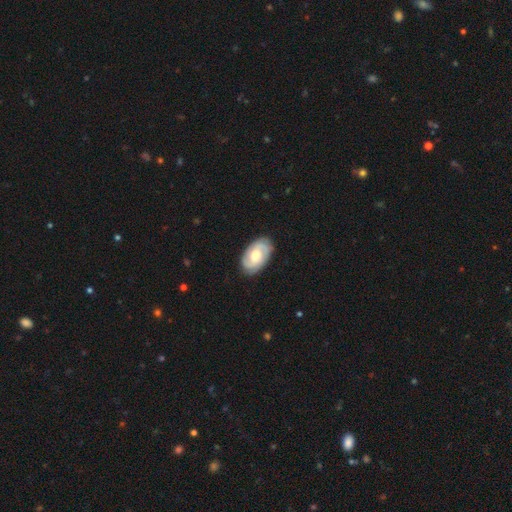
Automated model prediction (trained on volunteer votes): Smooth or featured: featured or disk — 67% (smooth — 27%)
Edge-on disk: no — 96% (yes — 4%)
Bar: no — 63% (weak — 32%)
Spiral arms: yes — 90% (no — 10%)
Spiral winding: tight — 55% (medium — 35%)
Spiral arm count: 2 — 61% (can't tell — 19%)
Bulge size: moderate — 59% (large — 20%)
Merging: none — 84% (minor disturbance — 12%)